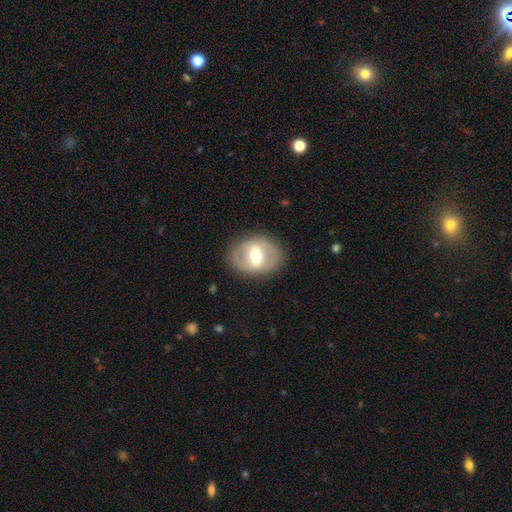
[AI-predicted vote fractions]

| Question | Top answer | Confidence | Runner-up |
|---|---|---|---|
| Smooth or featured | featured or disk | 62% | smooth (31%) |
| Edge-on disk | no | 92% | yes (8%) |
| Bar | strong | 50% | weak (37%) |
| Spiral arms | no | 65% | yes (35%) |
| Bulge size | moderate | 70% | large (15%) |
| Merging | none | 84% | minor disturbance (10%) |